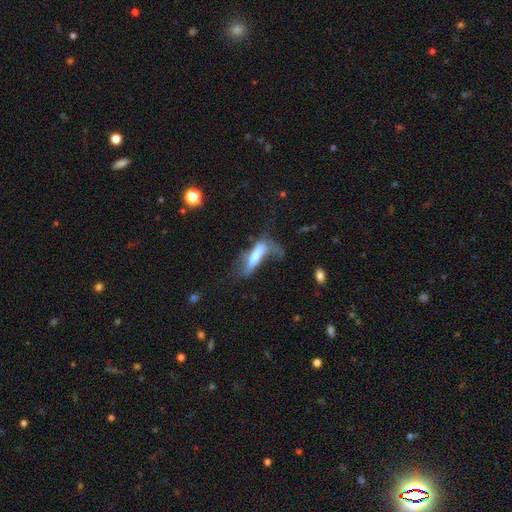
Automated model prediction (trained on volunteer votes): This is possibly a smooth galaxy (54%). How rounded: likely cigar-shaped (67%). Merging: possibly major disturbance (48%).